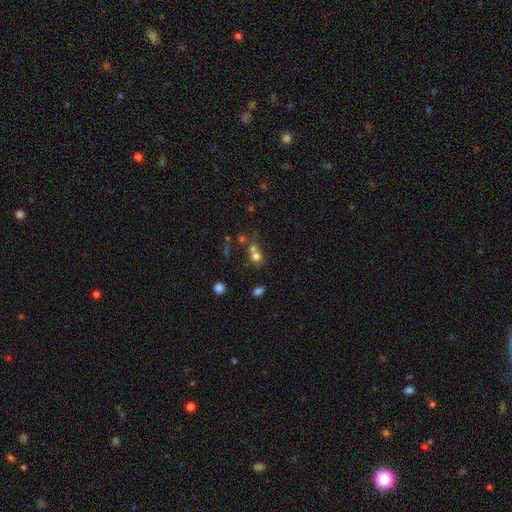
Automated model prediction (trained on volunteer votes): Smooth or featured? Predicted: smooth (p=0.68). How rounded? Predicted: round (p=0.72). Merging? Predicted: merger (p=0.52).